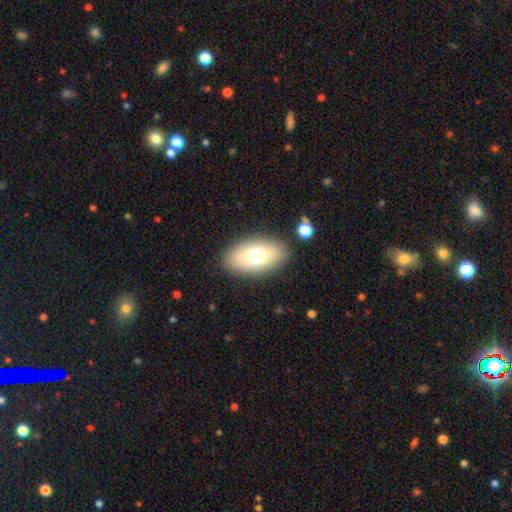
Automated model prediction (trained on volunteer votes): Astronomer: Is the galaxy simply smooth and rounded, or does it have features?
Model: smooth — 71%.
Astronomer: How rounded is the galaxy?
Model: in between — 91%.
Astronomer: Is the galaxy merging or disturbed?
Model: none — 86%.